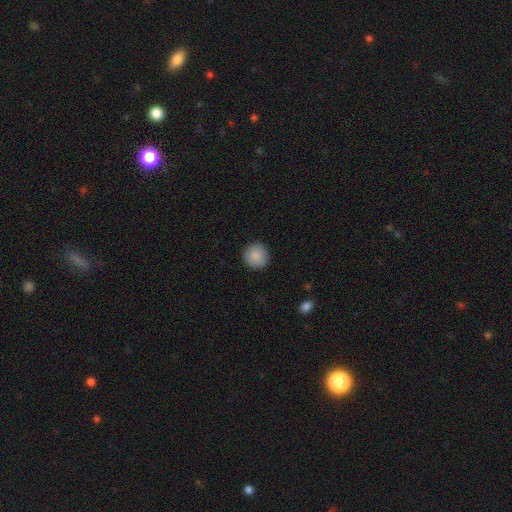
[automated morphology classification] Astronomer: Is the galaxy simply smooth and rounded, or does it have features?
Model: smooth — 88%.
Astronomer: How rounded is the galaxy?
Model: round — 94%.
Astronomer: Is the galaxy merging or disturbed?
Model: none — 91%.